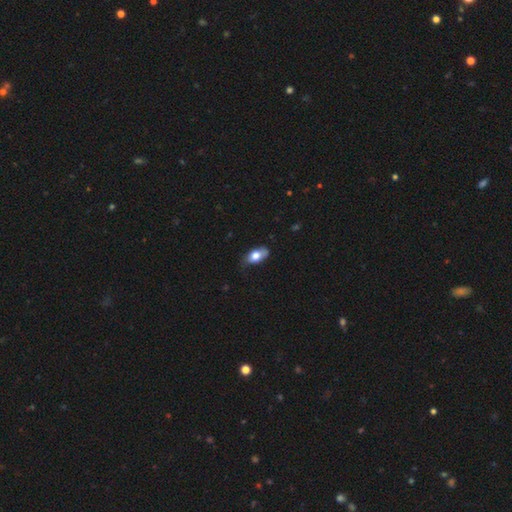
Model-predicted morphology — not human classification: This appears to be a smooth galaxy with no disk features (73%) that is in between round and cigar-shaped (89%). Merging: none (63%).